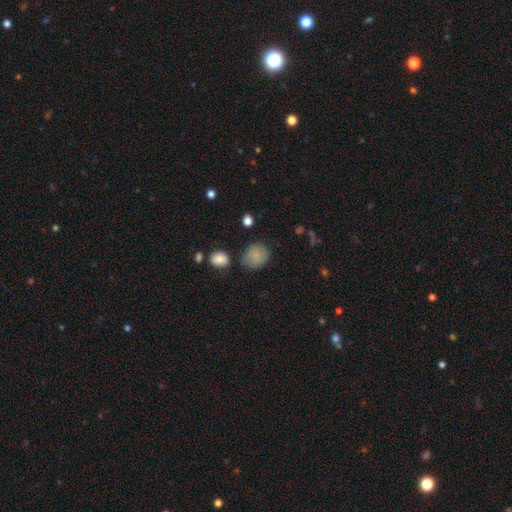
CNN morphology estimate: The model was most divided on "how rounded": round: 75%, in between: 24%, cigar-shaped: 1%. More confident: smooth or featured — smooth (83%); merging — none (72%).